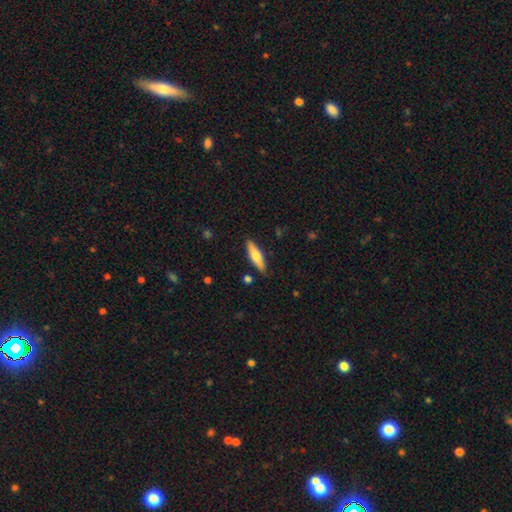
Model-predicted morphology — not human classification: This appears to be a smooth galaxy with no disk features (55%) that is cigar-shaped (65%). Merging: none (88%).